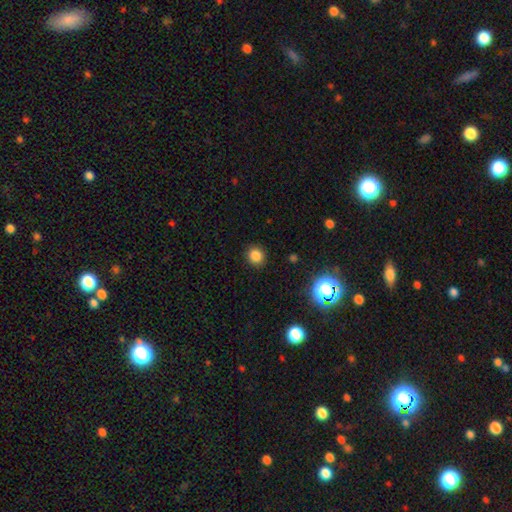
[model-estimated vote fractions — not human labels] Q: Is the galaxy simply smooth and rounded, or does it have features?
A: smooth — 83%.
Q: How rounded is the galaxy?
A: round — 87%.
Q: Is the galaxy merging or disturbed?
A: none — 89%.